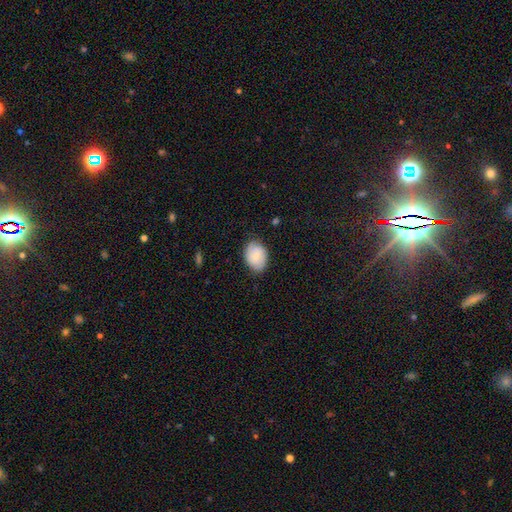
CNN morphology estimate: The model was most divided on "how rounded": in between: 72%, round: 27%, cigar-shaped: 1%. More confident: smooth or featured — smooth (77%); merging — none (75%).